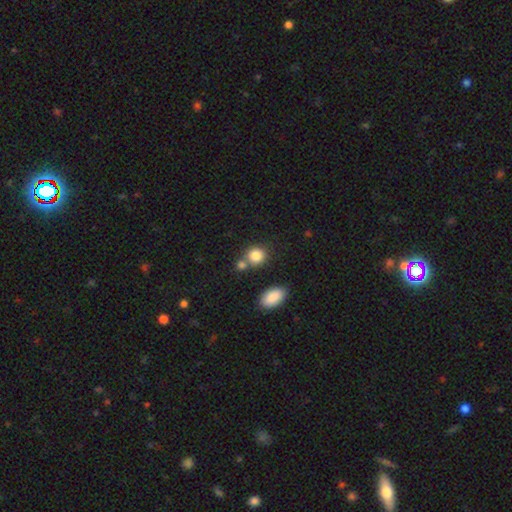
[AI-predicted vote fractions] smooth_or_featured: smooth (p=0.84) [alt: star or artifact p=0.10]
how_rounded: round (p=0.75) [alt: in between p=0.24]
merging: none (p=0.59) [alt: merger p=0.26]